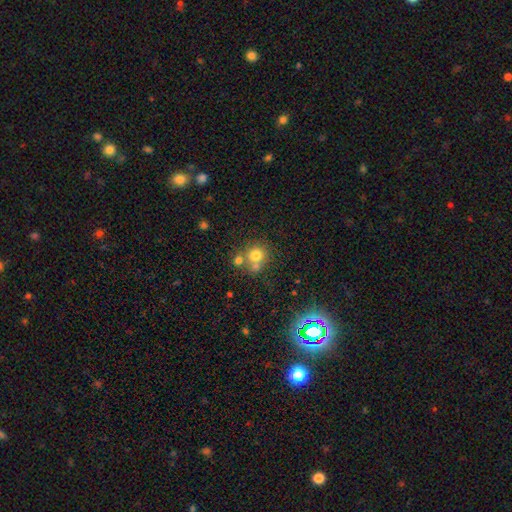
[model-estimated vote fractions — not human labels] Morphology: type=smooth (73%); roundness=round (85%); merging=none (51%).